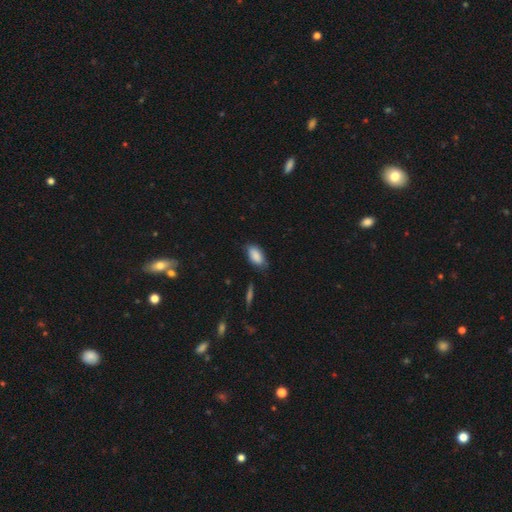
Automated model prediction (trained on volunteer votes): smooth 86%, featured or disk 7%, star or artifact 7%. Down the decision tree: how rounded — in between (92%); merging — none (68%).